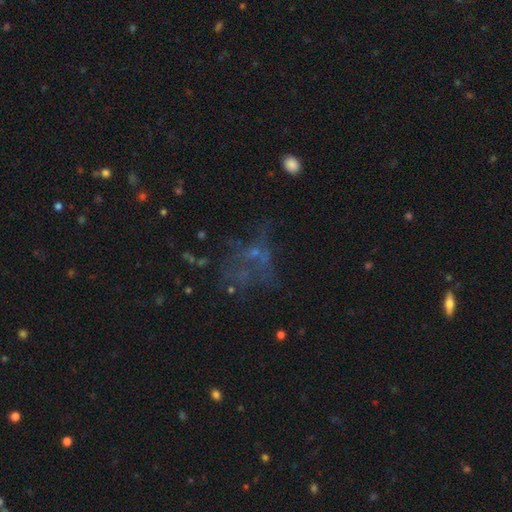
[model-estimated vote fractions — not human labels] Overall: featured or disk (42%; star or artifact 32%). Merging: none (41%; major disturbance 34%).